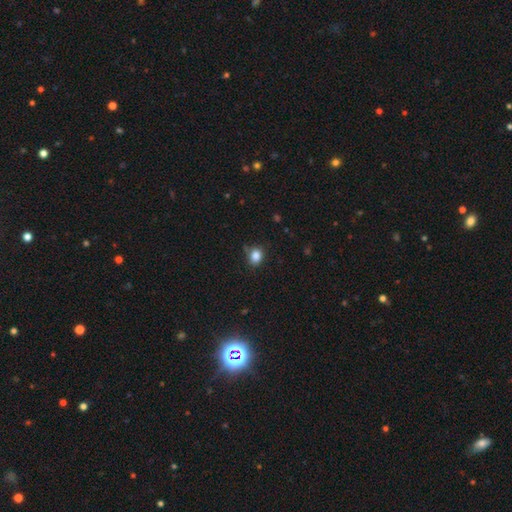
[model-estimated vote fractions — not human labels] Smooth or featured?
  - smooth: 84% *
  - star or artifact: 11%
  - featured or disk: 5%
How rounded?
  - round: 58% *
  - in between: 41%
  - cigar-shaped: 1%
Merging?
  - none: 75% *
  - minor disturbance: 19%
  - major disturbance: 4%
  - merger: 2%